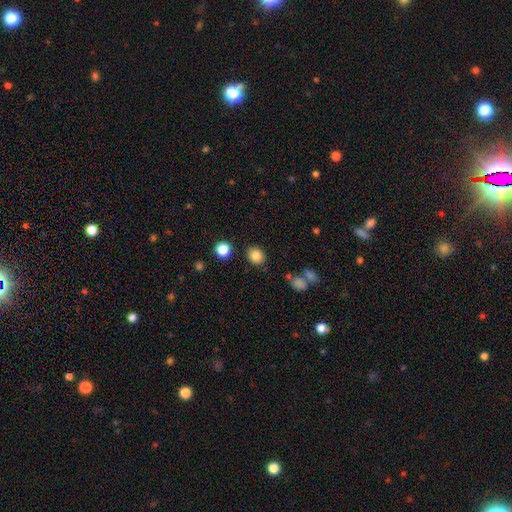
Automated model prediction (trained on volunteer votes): Overall: smooth (84%). How rounded: round (69%; in between 30%). Merging: none (85%).